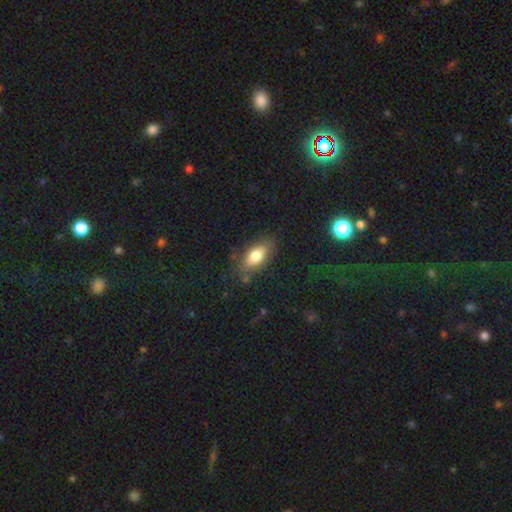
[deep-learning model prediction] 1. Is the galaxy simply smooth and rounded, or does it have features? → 76% smooth, 16% featured or disk, 8% star or artifact.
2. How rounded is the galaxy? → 87% in between, 9% cigar-shaped, 5% round.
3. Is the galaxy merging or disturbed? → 78% none, 15% minor disturbance, 5% major disturbance, 2% merger.